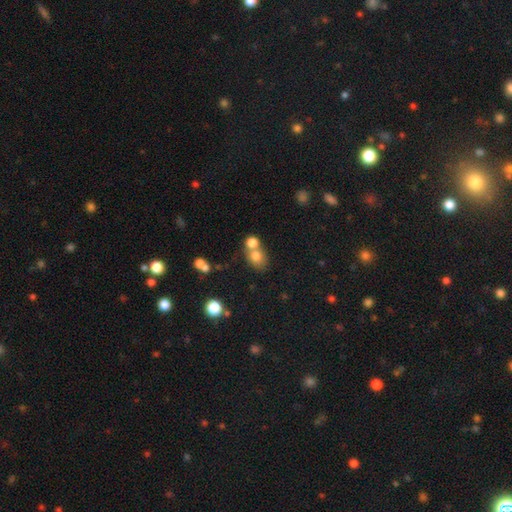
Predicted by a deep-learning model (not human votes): Smooth or featured? Predicted: smooth (p=0.75). How rounded? Predicted: round (p=0.60). Merging? Predicted: merger (p=0.48).